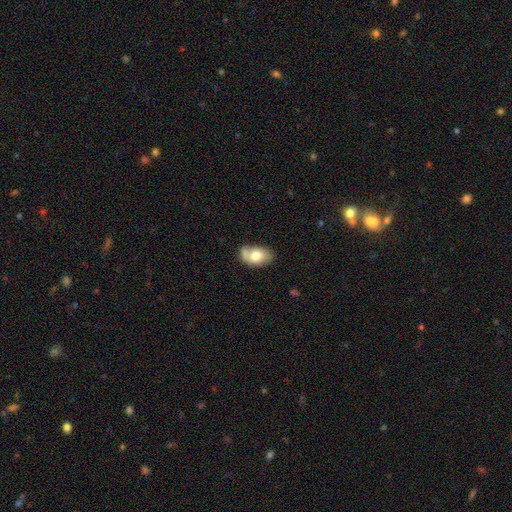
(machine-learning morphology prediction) type=smooth (70%); roundness=in between (87%); merging=none (47%).